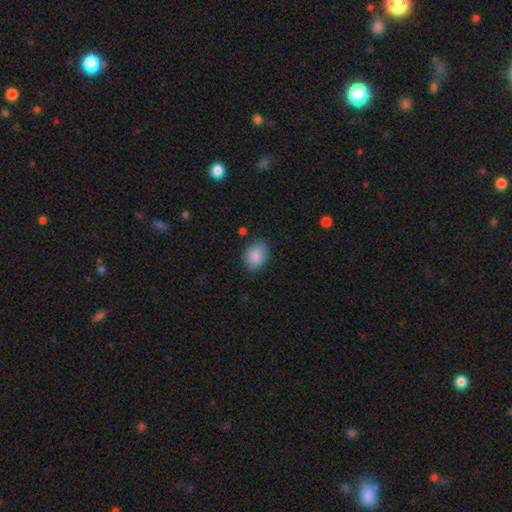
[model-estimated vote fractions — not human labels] smooth-or-featured: smooth: 88% | star or artifact: 7% | featured or disk: 5%
  how-rounded: in between: 73% | round: 26% | cigar-shaped: 1%
  merging: none: 83% | minor disturbance: 12% | major disturbance: 3% | merger: 2%